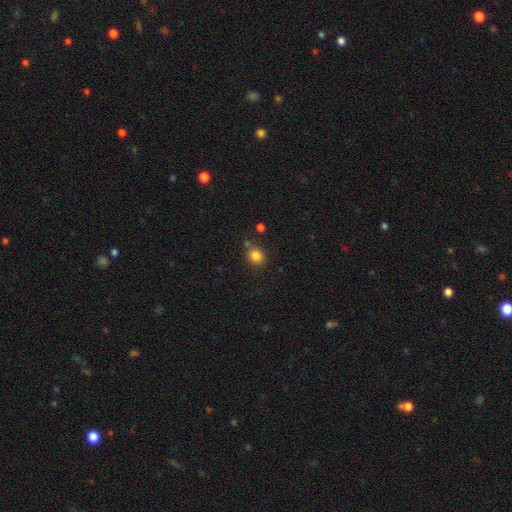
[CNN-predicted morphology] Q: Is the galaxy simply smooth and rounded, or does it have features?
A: smooth — 84%.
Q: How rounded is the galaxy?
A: round — 72%.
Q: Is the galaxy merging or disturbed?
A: none — 76%.